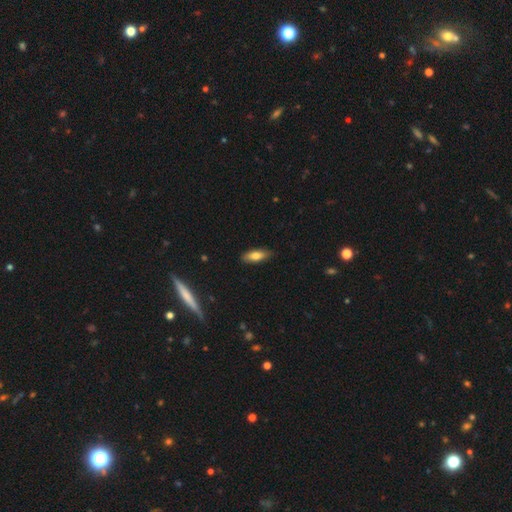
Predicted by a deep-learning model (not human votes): smooth-or-featured: smooth: 76% | featured or disk: 17% | star or artifact: 6%
  how-rounded: in between: 67% | cigar-shaped: 31% | round: 2%
  merging: none: 83% | minor disturbance: 14% | major disturbance: 2% | merger: 1%